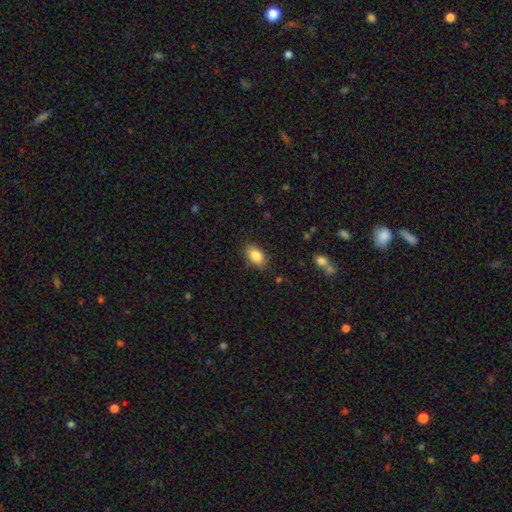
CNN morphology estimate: This is clearly a smooth galaxy (85%). How rounded: clearly in between (90%). Merging: clearly none (84%).